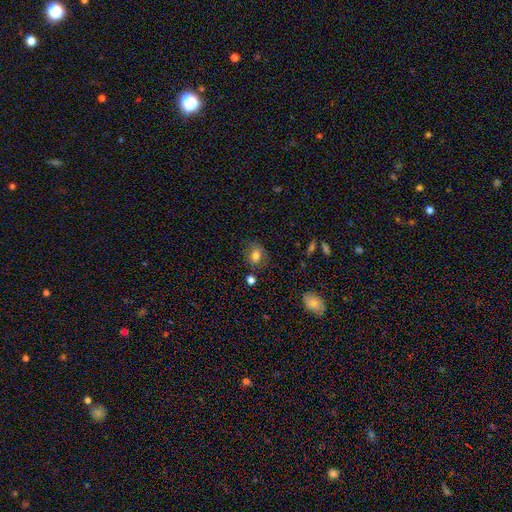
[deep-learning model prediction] Morphology: type=smooth (75%); roundness=round (52%); merging=none (69%).